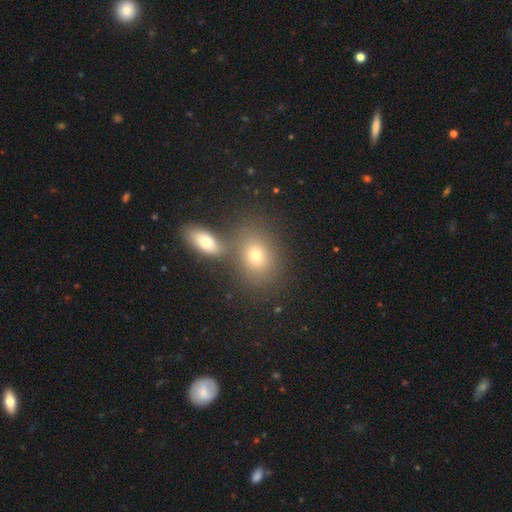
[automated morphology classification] Q: Smooth or featured?
A: smooth (70%); runner-up: featured or disk (16%)
Q: How rounded?
A: in between (65%); runner-up: round (33%)
Q: Merging?
A: none (55%); runner-up: merger (31%)